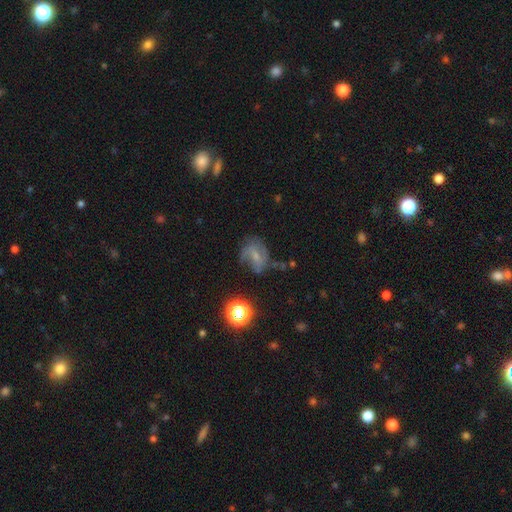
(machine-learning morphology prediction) This is likely a featured or disk galaxy (61%). It is clearly not viewed edge-on (97%). Bar: possibly no (46%). Spiral arm pattern: clearly yes (83%). Central bulge: possibly small (58%). Merging: possibly none (49%).